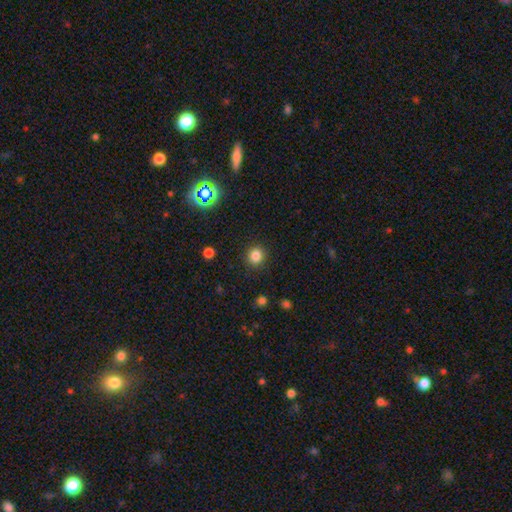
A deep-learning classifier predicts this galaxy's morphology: The model was most divided on "smooth or featured": smooth: 82%, star or artifact: 13%, featured or disk: 4%. More confident: merging — none (90%); how rounded — round (89%).